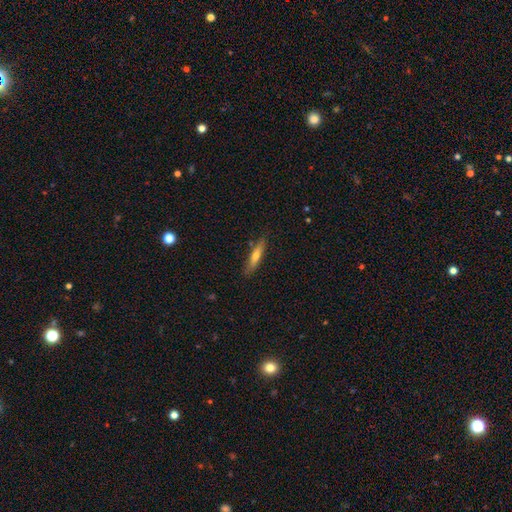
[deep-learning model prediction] Overall: smooth (53%; featured or disk 40%). How rounded: cigar-shaped (84%). Merging: none (85%).